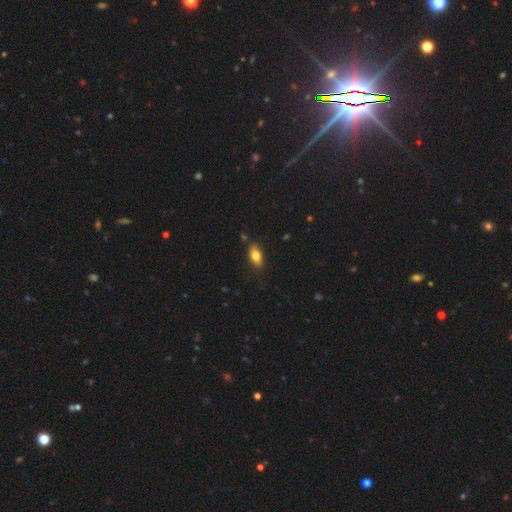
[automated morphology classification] The model was most divided on "smooth or featured": smooth: 80%, featured or disk: 12%, star or artifact: 8%. More confident: how rounded — in between (87%); merging — none (82%).